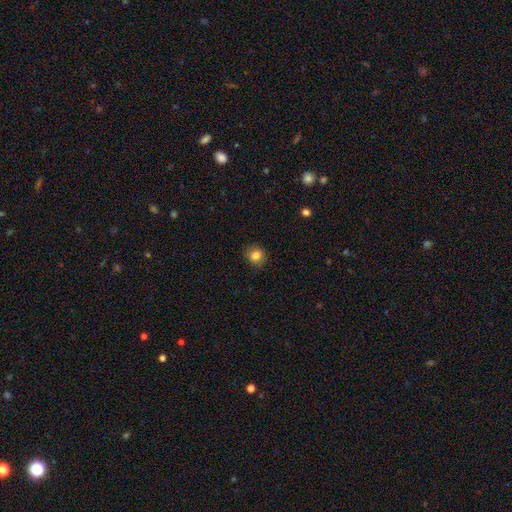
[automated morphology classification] A smooth galaxy with no disk features (83%) that is round (84%). Merging: none (86%).